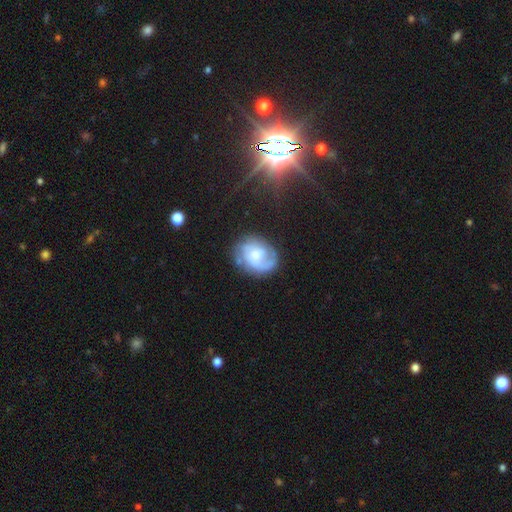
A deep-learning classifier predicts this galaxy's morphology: Q: Smooth or featured?
A: featured or disk (64%); runner-up: smooth (28%)
Q: Edge-on disk?
A: no (98%); runner-up: yes (2%)
Q: Bar?
A: no (67%); runner-up: weak (28%)
Q: Spiral arms?
A: yes (86%); runner-up: no (14%)
Q: Spiral winding?
A: tight (40%); tied with: medium (40%)
Q: Spiral arm count?
A: 2 (42%); runner-up: 1 (30%)
Q: Bulge size?
A: moderate (36%); runner-up: small (34%)
Q: Merging?
A: none (64%); runner-up: minor disturbance (21%)